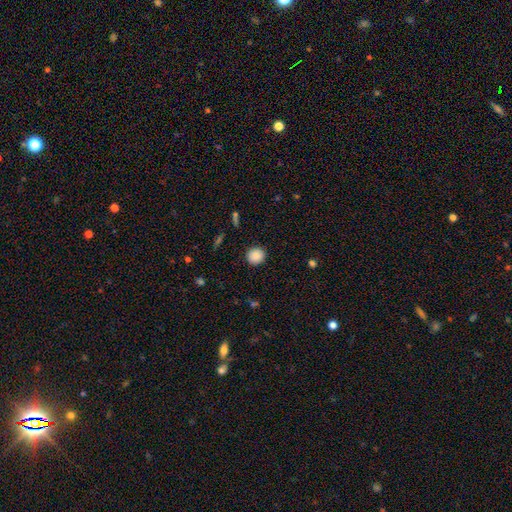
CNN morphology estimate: smooth_or_featured: smooth (p=0.87) [alt: star or artifact p=0.09]
how_rounded: round (p=0.90) [alt: in between p=0.09]
merging: none (p=0.91) [alt: minor disturbance p=0.06]